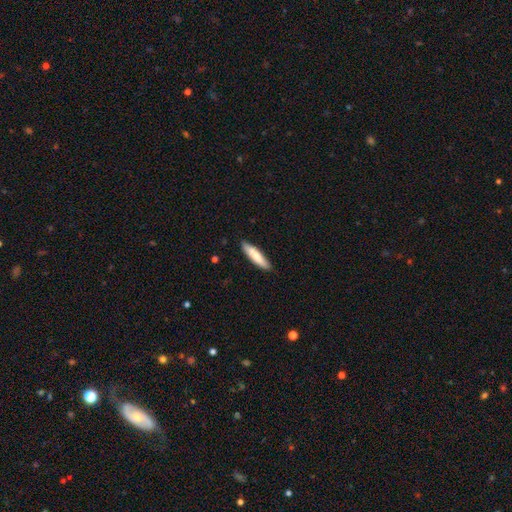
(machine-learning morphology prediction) smooth_or_featured: smooth (p=0.73) [alt: featured or disk p=0.22]
how_rounded: cigar-shaped (p=0.78) [alt: in between p=0.21]
merging: none (p=0.87) [alt: minor disturbance p=0.10]